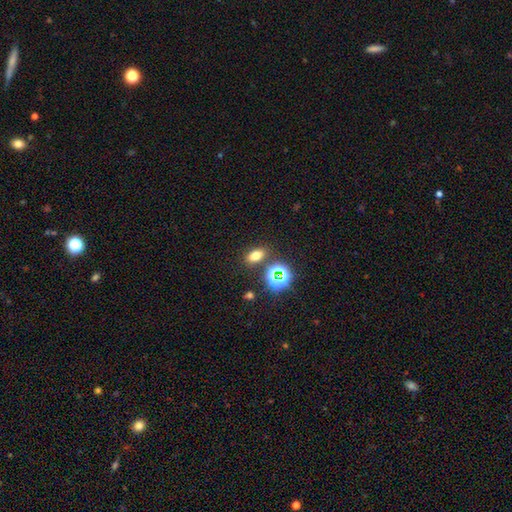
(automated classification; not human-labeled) This appears to be a smooth galaxy with no disk features (66%) that is in between round and cigar-shaped (76%). Merging: none (80%).